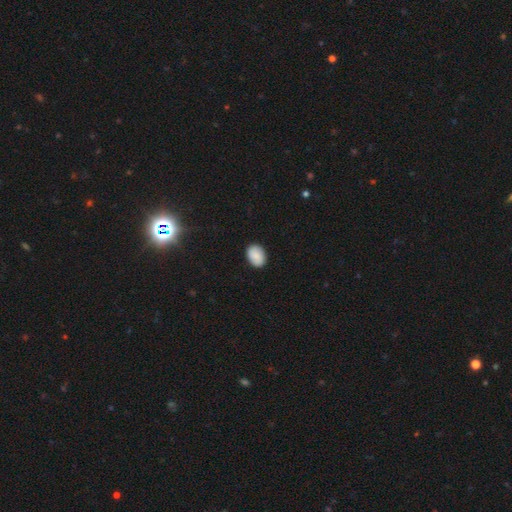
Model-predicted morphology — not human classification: smooth 87%, star or artifact 7%, featured or disk 6%. Down the decision tree: how rounded — in between (75%); merging — none (88%).